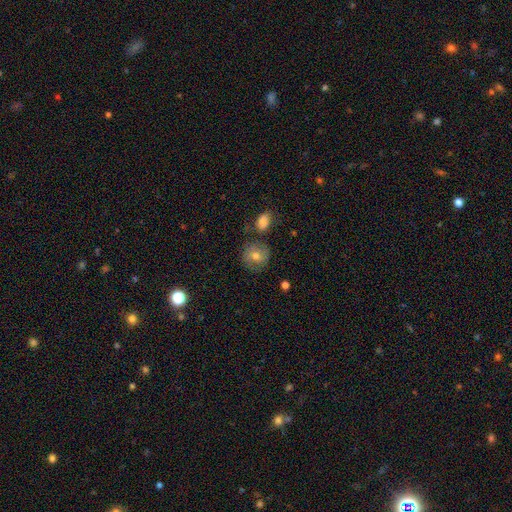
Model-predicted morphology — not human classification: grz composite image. It shows a smooth galaxy with no disk features (60%) that is round (86%). Merging: none (74%).